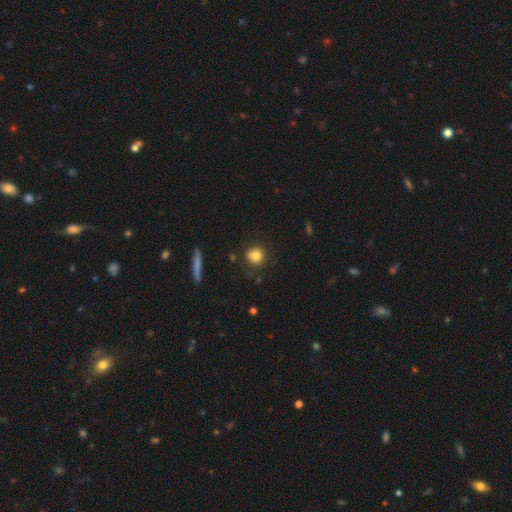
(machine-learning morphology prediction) A smooth galaxy with no disk features (81%) that is round (88%). Merging: none (84%).